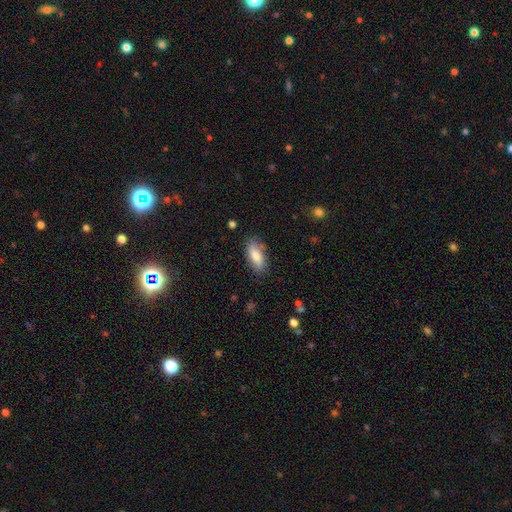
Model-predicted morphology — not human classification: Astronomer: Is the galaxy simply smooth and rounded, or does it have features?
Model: smooth — 82%.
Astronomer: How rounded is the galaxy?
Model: in between — 82%.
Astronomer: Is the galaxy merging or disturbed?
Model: none — 80%.